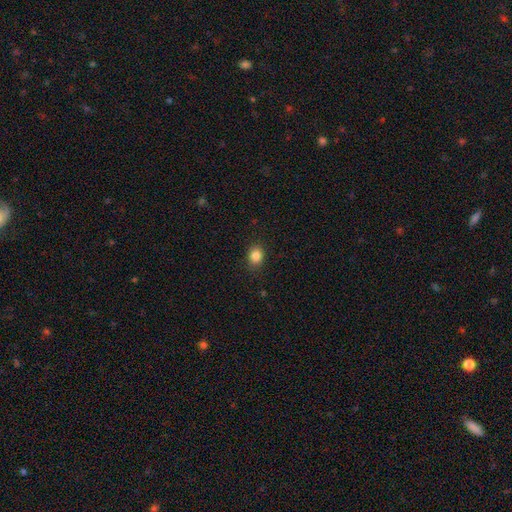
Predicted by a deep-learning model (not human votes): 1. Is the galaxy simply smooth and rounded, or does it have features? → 86% smooth, 10% star or artifact, 4% featured or disk.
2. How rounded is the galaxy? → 57% round, 42% in between, 1% cigar-shaped.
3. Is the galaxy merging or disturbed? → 87% none, 9% minor disturbance, 3% major disturbance, 1% merger.